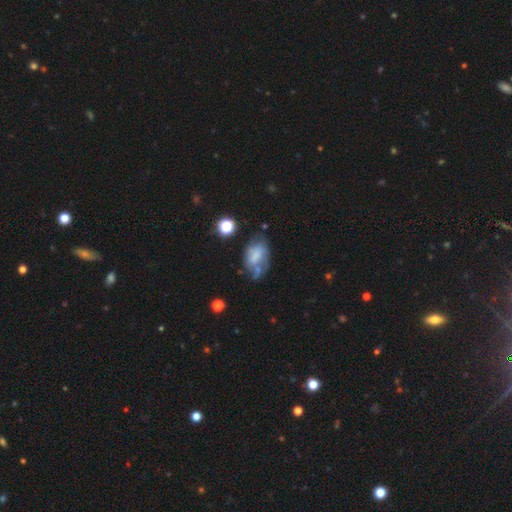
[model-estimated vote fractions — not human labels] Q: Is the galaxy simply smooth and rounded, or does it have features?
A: smooth — 45%.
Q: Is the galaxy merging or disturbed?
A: none — 36%.